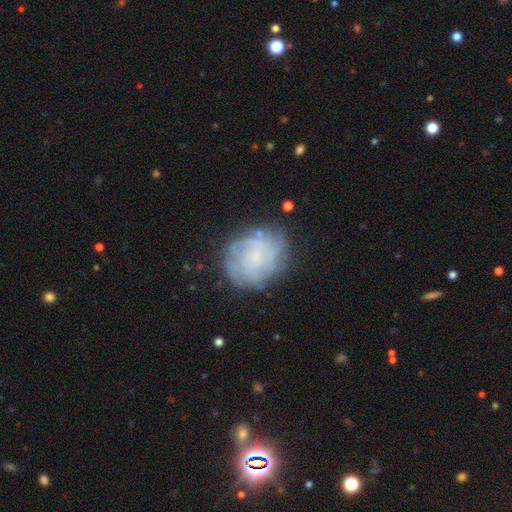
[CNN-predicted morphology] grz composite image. It shows a featured or disk galaxy (57%) with no bar (79%), spiral arms (76%) and a small central bulge (57%). Merging: none (73%).